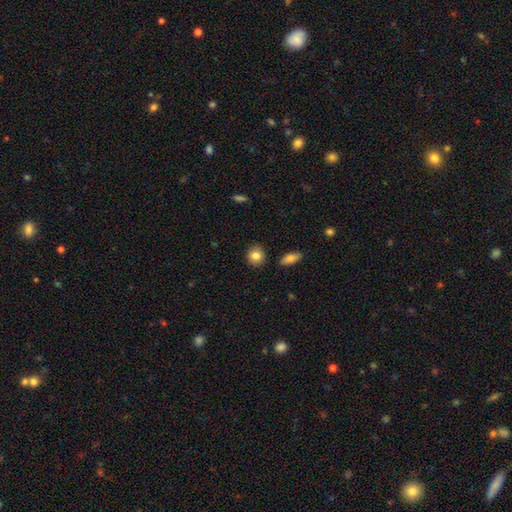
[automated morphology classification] Smooth or featured: smooth — 84% (star or artifact — 9%)
How rounded: round — 82% (in between — 16%)
Merging: none — 89% (minor disturbance — 7%)